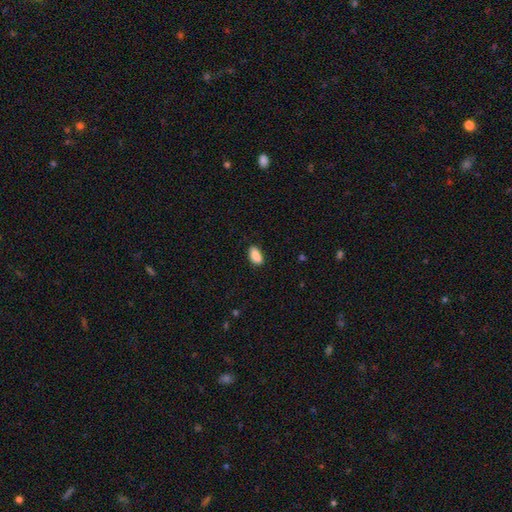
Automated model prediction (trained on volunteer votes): The model was most divided on "merging": none: 82%, minor disturbance: 15%, major disturbance: 3%, merger: 1%. More confident: how rounded — in between (92%); smooth or featured — smooth (88%).